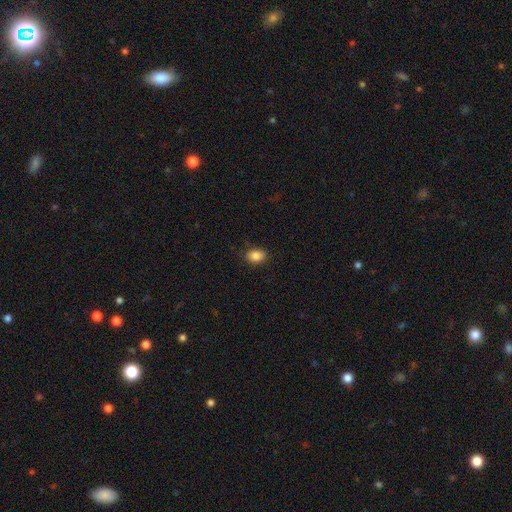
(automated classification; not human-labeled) smooth-or-featured: smooth: 86% | star or artifact: 9% | featured or disk: 5%
  how-rounded: in between: 72% | round: 27% | cigar-shaped: 1%
  merging: none: 85% | minor disturbance: 12% | major disturbance: 3% | merger: 1%